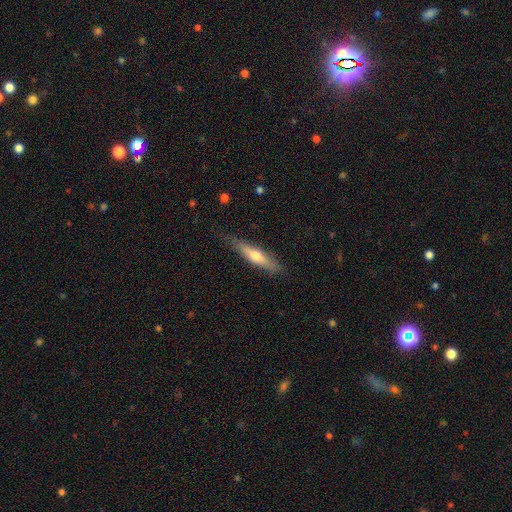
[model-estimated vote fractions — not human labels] Smooth or featured? Predicted: smooth (p=0.50). How rounded? Predicted: cigar-shaped (p=0.84). Merging? Predicted: none (p=0.77).